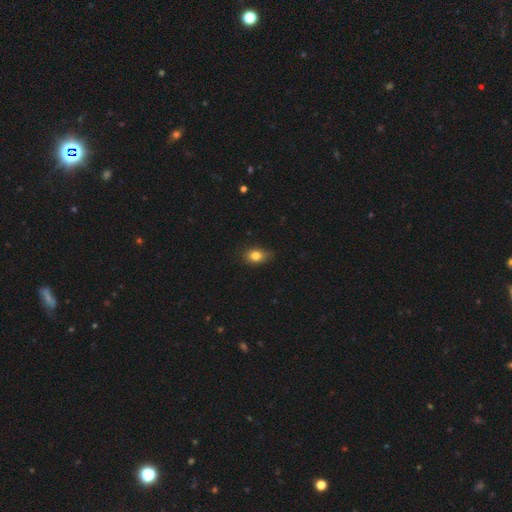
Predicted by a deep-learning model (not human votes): Smooth or featured? smooth (81%)
How rounded? in between (67%)
Merging? none (72%)